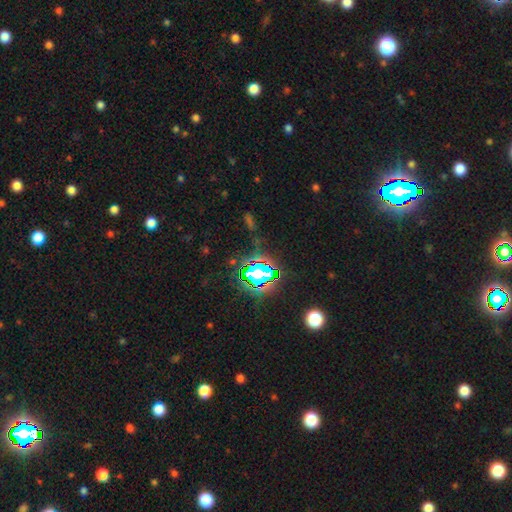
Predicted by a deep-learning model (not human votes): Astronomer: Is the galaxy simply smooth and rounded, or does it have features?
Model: star or artifact — 79%.